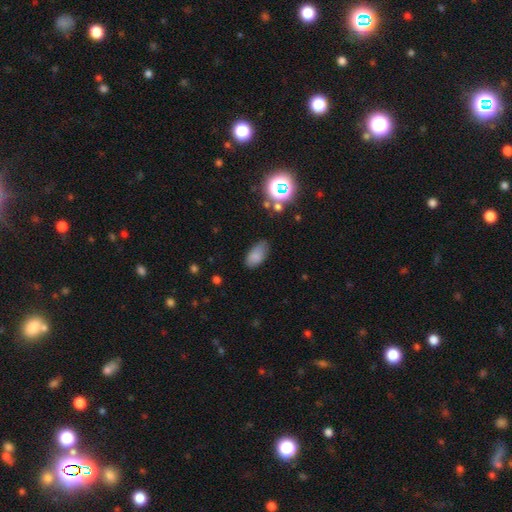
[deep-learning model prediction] Smooth or featured: smooth — 78% (star or artifact — 13%)
How rounded: in between — 92% (round — 5%)
Merging: none — 65% (minor disturbance — 26%)